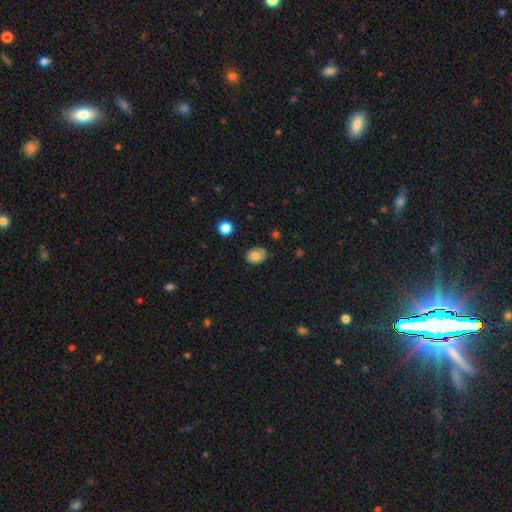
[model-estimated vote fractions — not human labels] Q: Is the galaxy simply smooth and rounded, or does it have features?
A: smooth — 69%.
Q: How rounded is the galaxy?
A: in between — 64%.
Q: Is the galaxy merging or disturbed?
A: none — 76%.